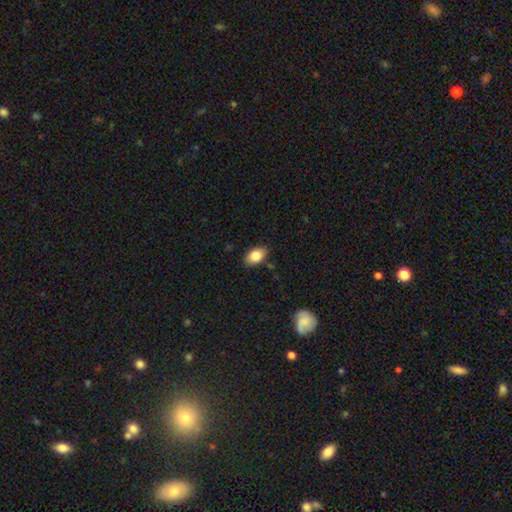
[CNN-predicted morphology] Overall: smooth (85%). How rounded: in between (90%). Merging: none (85%).